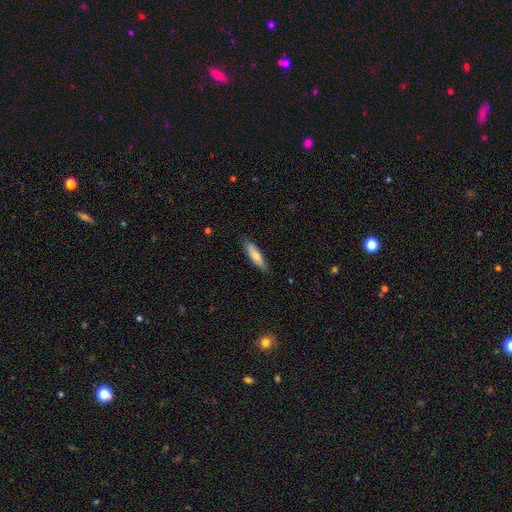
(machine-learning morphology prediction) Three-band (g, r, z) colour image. It shows a smooth galaxy with no disk features (71%) that is cigar-shaped (66%). Merging: none (81%).